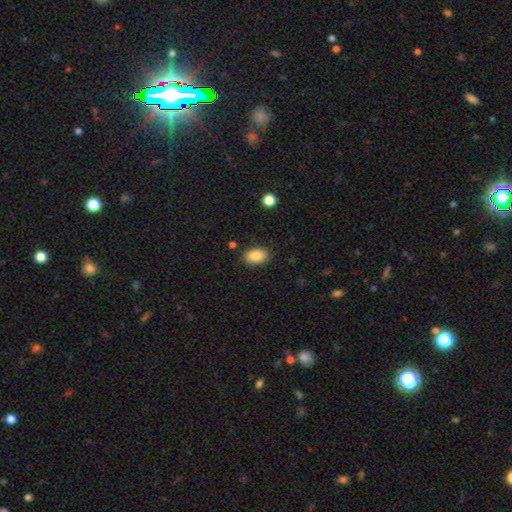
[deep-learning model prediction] Smooth or featured?
  - smooth: 87% *
  - star or artifact: 8%
  - featured or disk: 5%
How rounded?
  - in between: 90% *
  - round: 9%
  - cigar-shaped: 1%
Merging?
  - none: 87% *
  - minor disturbance: 9%
  - major disturbance: 2%
  - merger: 2%